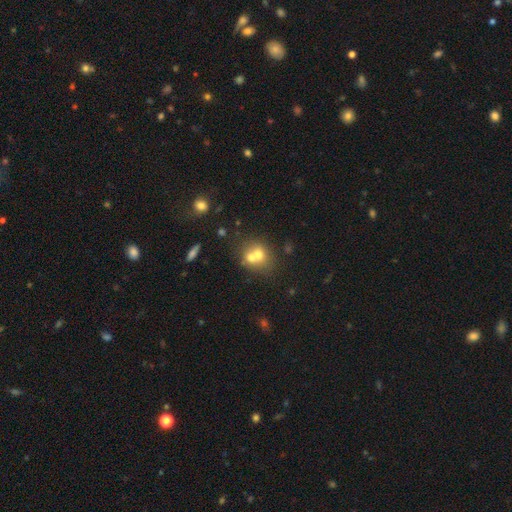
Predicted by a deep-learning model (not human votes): Smooth or featured? Predicted: smooth (p=0.62). How rounded? Predicted: round (p=0.74). Merging? Predicted: merger (p=0.60).